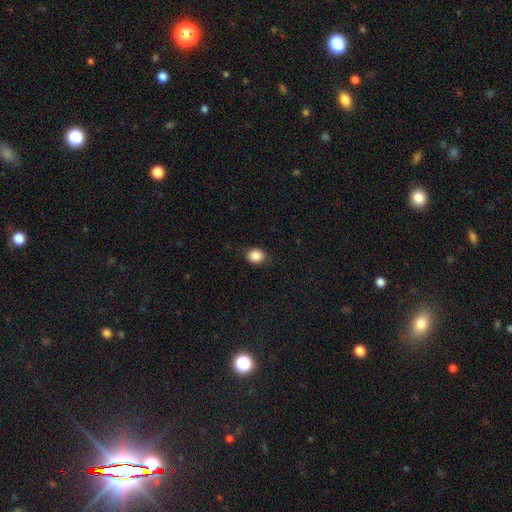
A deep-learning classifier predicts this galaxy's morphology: Overall: smooth (87%). How rounded: round (59%; in between 40%). Merging: none (84%).